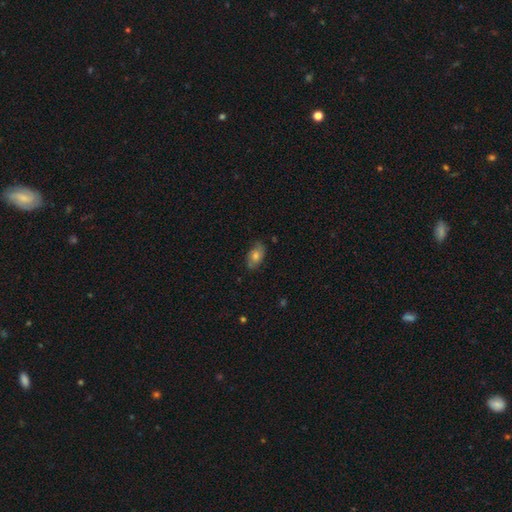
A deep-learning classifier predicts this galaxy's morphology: A smooth galaxy with no disk features (63%) that is in between round and cigar-shaped (88%).

Vote fractions:
- Smooth or featured? smooth: 63% / featured or disk: 27% / star or artifact: 10%
- How rounded? in between: 88% / round: 8% / cigar-shaped: 3%
- Merging? none: 77% / minor disturbance: 18% / major disturbance: 4% / merger: 1%